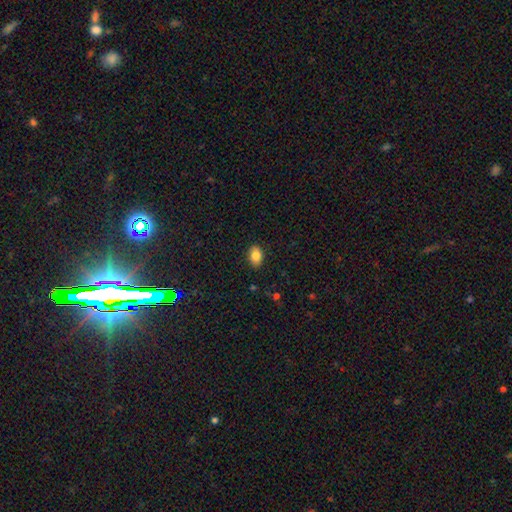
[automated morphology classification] smooth 84%, star or artifact 8%, featured or disk 7%. Down the decision tree: how rounded — in between (84%); merging — none (88%).